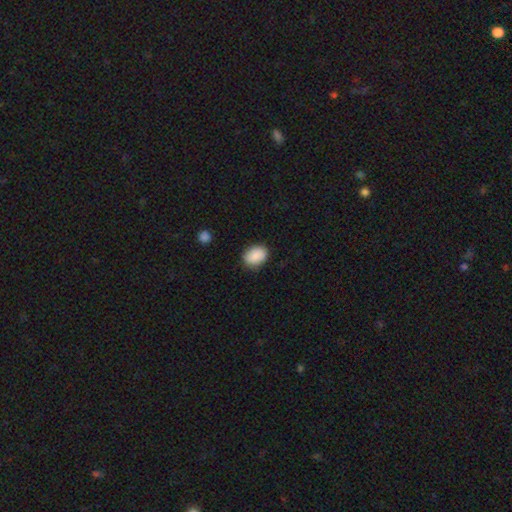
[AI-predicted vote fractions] smooth-or-featured: smooth: 88% | star or artifact: 7% | featured or disk: 4%
  how-rounded: in between: 68% | round: 31% | cigar-shaped: 1%
  merging: none: 82% | minor disturbance: 14% | major disturbance: 3% | merger: 1%